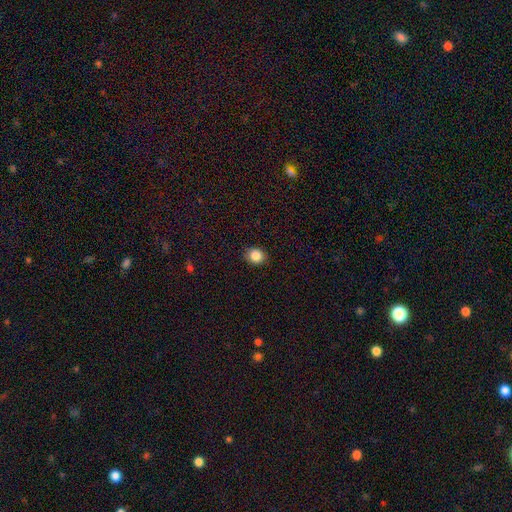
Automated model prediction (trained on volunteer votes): smooth-or-featured: smooth: 86% | star or artifact: 10% | featured or disk: 4%
  how-rounded: round: 72% | in between: 27% | cigar-shaped: 1%
  merging: none: 89% | minor disturbance: 8% | major disturbance: 2% | merger: 1%